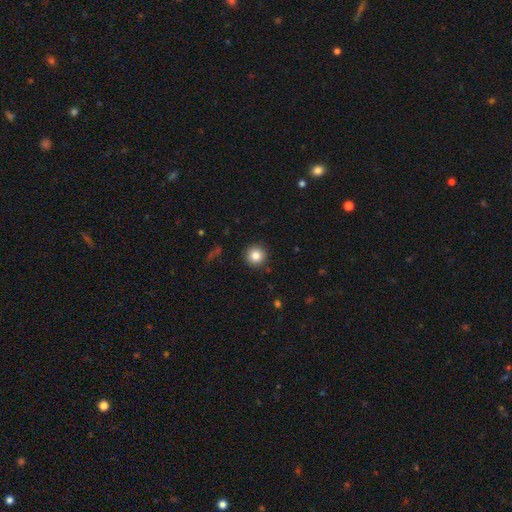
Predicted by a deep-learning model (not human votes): smooth-or-featured: smooth: 84% | star or artifact: 10% | featured or disk: 6%
  how-rounded: round: 95% | in between: 4% | cigar-shaped: 1%
  merging: none: 91% | minor disturbance: 6% | major disturbance: 2% | merger: 1%